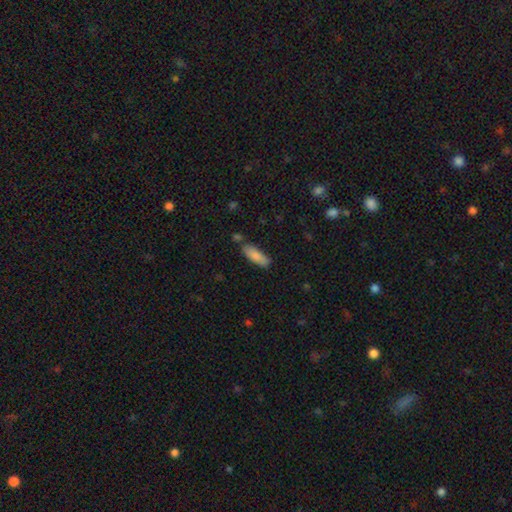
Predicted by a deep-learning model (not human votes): Smooth or featured? smooth (85%)
How rounded? in between (58%)
Merging? none (73%)